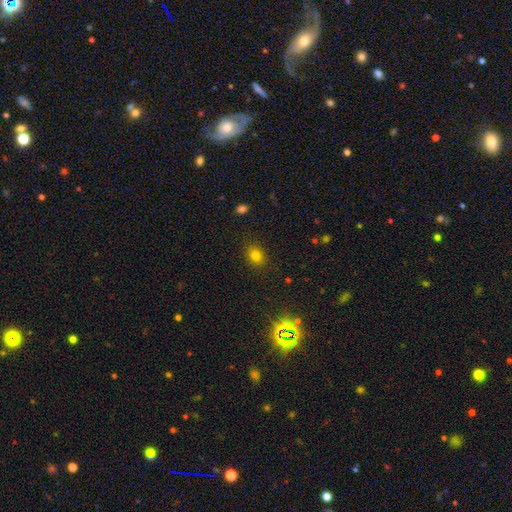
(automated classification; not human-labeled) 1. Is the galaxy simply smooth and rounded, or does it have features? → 77% smooth, 16% star or artifact, 7% featured or disk.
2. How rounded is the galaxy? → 51% round, 48% in between, 1% cigar-shaped.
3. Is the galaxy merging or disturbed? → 87% none, 9% minor disturbance, 3% major disturbance, 1% merger.